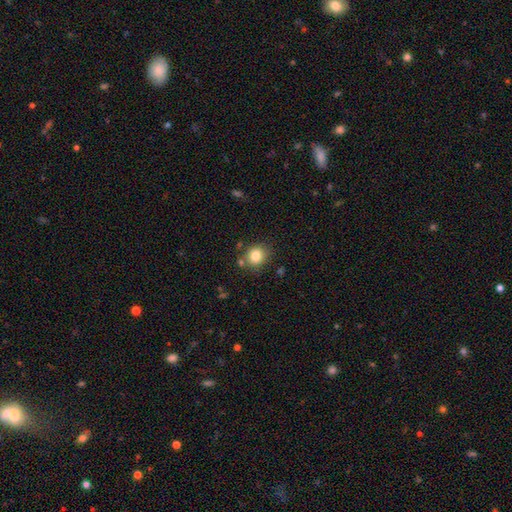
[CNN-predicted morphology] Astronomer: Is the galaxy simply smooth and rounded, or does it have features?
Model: smooth — 82%.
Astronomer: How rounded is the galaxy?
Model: round — 79%.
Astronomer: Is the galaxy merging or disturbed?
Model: none — 79%.